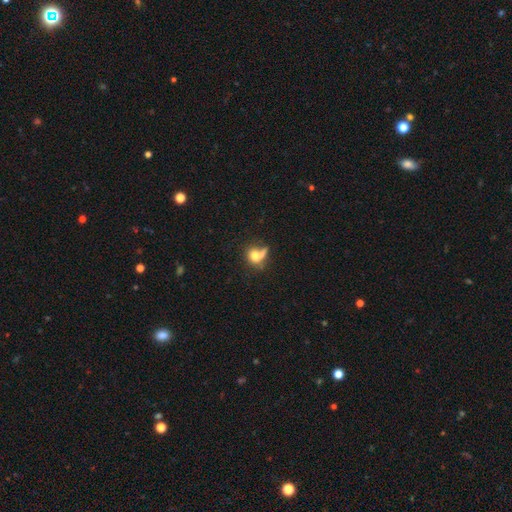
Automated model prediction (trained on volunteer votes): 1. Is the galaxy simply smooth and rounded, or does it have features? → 70% smooth, 19% featured or disk, 11% star or artifact.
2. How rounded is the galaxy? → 68% round, 29% in between, 3% cigar-shaped.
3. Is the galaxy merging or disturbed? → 36% merger, 35% none, 16% major disturbance, 14% minor disturbance.